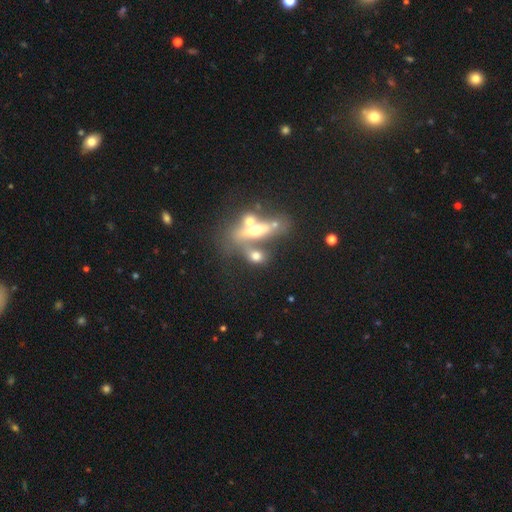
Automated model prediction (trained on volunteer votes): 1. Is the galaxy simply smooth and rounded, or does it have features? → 52% smooth, 36% featured or disk, 12% star or artifact.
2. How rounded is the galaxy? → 59% in between, 22% round, 19% cigar-shaped.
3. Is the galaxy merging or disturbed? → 53% merger, 27% none, 10% major disturbance, 10% minor disturbance.